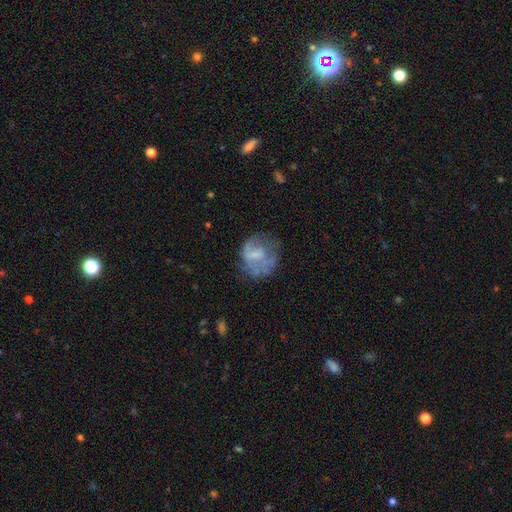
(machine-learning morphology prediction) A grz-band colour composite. It shows a featured or disk galaxy (49%). Merging: none (47%).